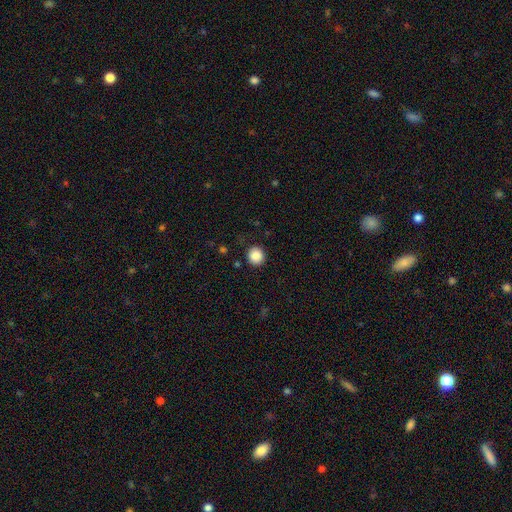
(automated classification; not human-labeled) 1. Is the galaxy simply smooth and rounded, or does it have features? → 88% smooth, 9% star or artifact, 3% featured or disk.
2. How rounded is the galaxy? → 89% round, 10% in between, 1% cigar-shaped.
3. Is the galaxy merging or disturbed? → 89% none, 7% minor disturbance, 2% major disturbance, 1% merger.